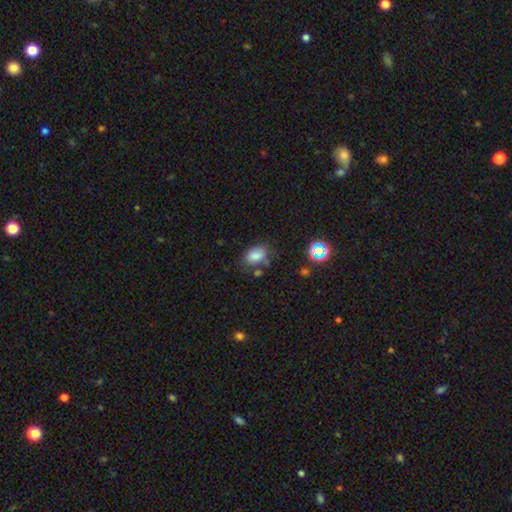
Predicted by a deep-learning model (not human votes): Smooth or featured? smooth (80%)
How rounded? in between (80%)
Merging? none (63%)